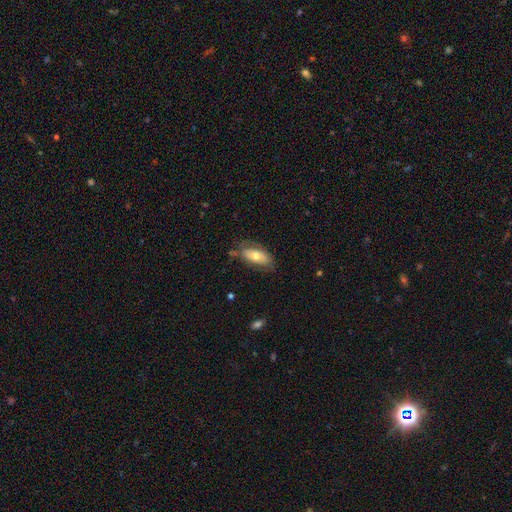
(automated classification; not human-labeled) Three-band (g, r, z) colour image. It shows a smooth galaxy with no disk features (63%) that is in between round and cigar-shaped (86%). Merging: none (65%).